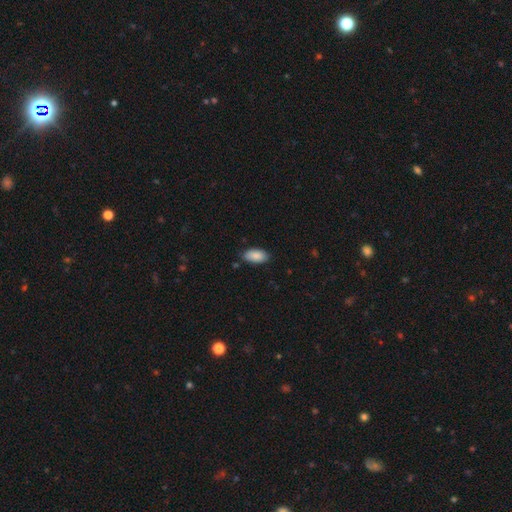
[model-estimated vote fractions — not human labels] smooth_or_featured: smooth (p=0.89) [alt: star or artifact p=0.06]
how_rounded: in between (p=0.94) [alt: cigar-shaped p=0.03]
merging: none (p=0.82) [alt: minor disturbance p=0.14]